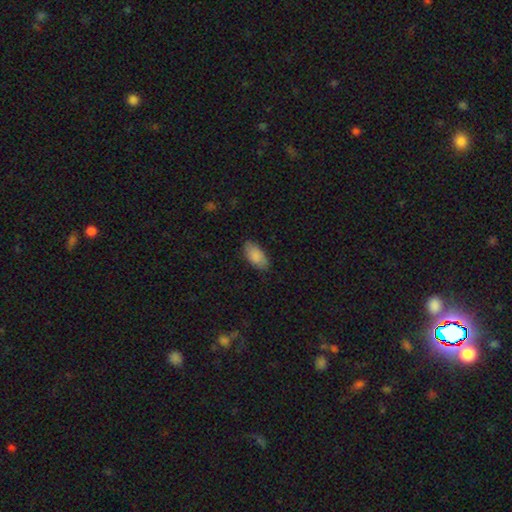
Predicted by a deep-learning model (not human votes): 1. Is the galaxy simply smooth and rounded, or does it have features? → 87% smooth, 7% featured or disk, 6% star or artifact.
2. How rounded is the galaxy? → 94% in between, 4% cigar-shaped, 2% round.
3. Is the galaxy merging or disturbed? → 83% none, 13% minor disturbance, 3% major disturbance, 1% merger.